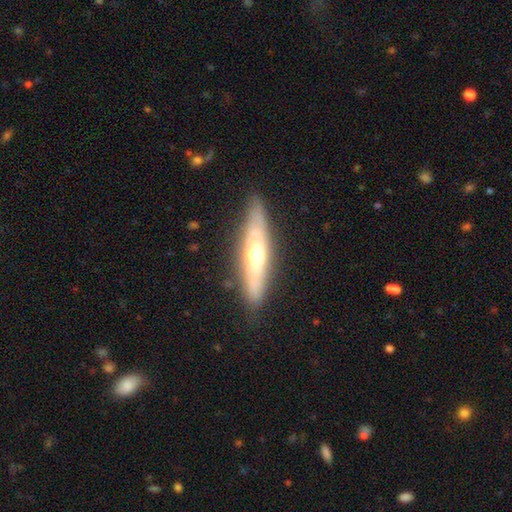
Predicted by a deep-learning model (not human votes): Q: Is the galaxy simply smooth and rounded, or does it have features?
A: featured or disk — 57%.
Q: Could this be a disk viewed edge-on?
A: yes — 73%.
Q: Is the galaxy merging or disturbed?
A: none — 82%.